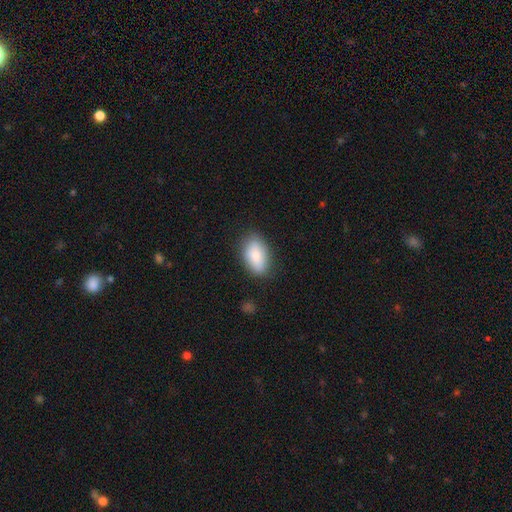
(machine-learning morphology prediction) Overall: smooth (81%). How rounded: in between (91%). Merging: none (80%).